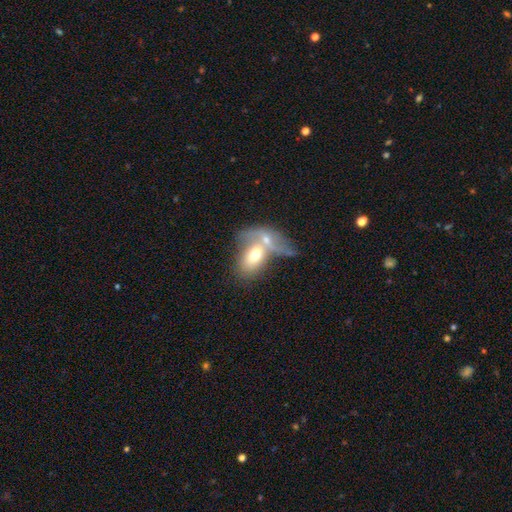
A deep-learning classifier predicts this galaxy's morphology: A smooth galaxy with no disk features (61%) that is in between round and cigar-shaped (79%). Merging: merger (69%).